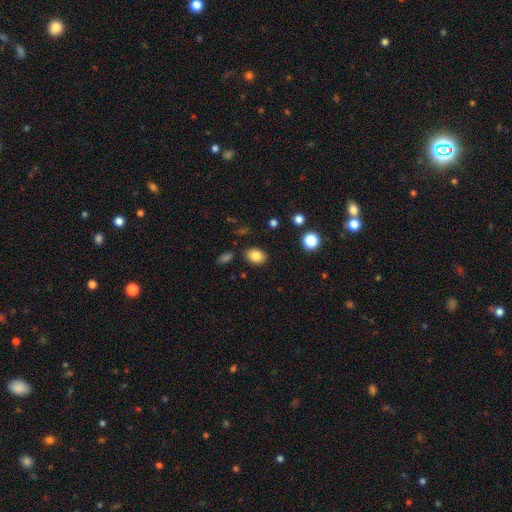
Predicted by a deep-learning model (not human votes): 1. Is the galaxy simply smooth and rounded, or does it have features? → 84% smooth, 10% star or artifact, 6% featured or disk.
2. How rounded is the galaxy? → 73% in between, 26% round, 1% cigar-shaped.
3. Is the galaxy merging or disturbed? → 85% none, 10% minor disturbance, 3% major disturbance, 3% merger.